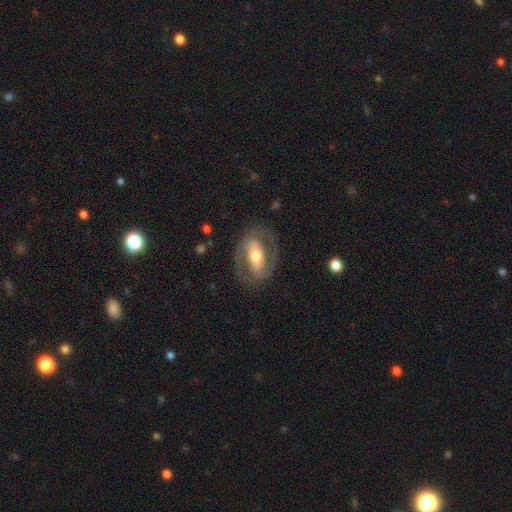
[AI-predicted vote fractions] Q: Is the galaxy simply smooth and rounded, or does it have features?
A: featured or disk — 75%.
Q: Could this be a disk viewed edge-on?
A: no — 93%.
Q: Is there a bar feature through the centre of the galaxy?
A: strong — 56%.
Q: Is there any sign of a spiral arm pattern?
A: yes — 69%.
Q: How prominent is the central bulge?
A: moderate — 62%.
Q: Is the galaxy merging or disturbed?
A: none — 78%.